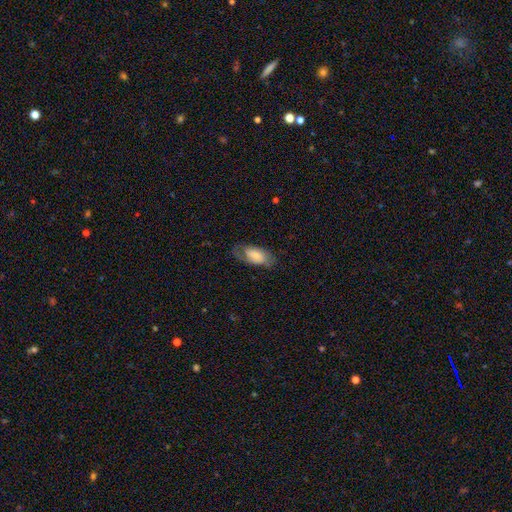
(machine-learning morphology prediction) smooth 58%, featured or disk 35%, star or artifact 7%. Down the decision tree: how rounded — in between (91%); merging — none (58%).